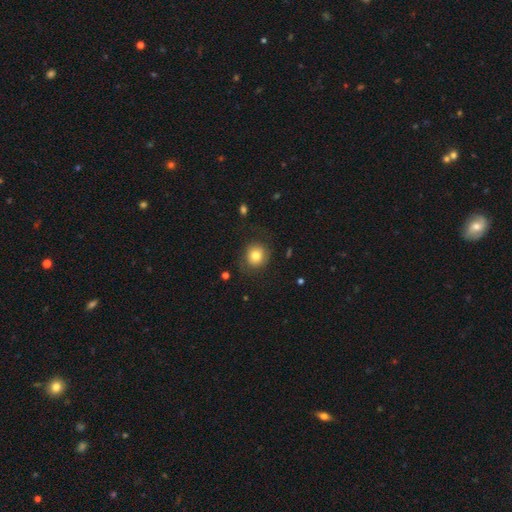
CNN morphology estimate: smooth 77%, featured or disk 13%, star or artifact 10%. Down the decision tree: how rounded — round (85%); merging — none (75%).